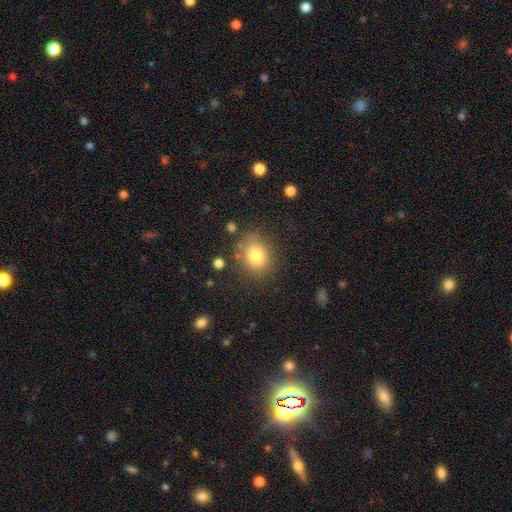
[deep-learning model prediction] smooth_or_featured: smooth (p=0.78) [alt: featured or disk p=0.11]
how_rounded: round (p=0.53) [alt: in between p=0.46]
merging: none (p=0.75) [alt: minor disturbance p=0.15]